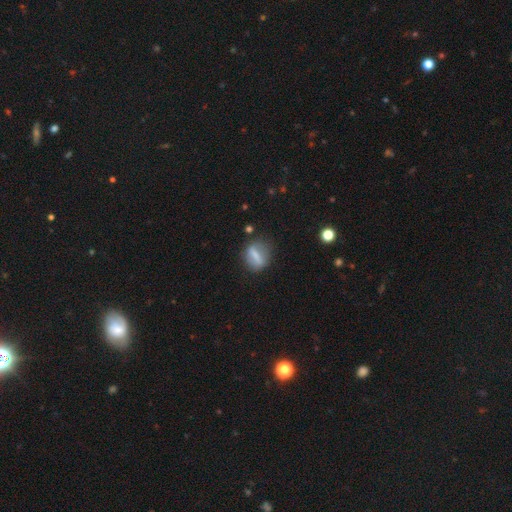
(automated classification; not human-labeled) Smooth or featured?
  - smooth: 52% *
  - featured or disk: 39%
  - star or artifact: 9%
How rounded?
  - in between: 47% *
  - round: 35%
  - cigar-shaped: 18%
Merging?
  - none: 74% *
  - minor disturbance: 16%
  - major disturbance: 7%
  - merger: 3%